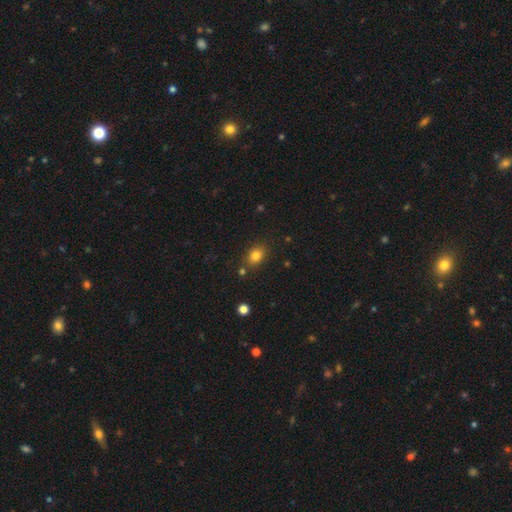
Smooth or featured: smooth — 92% (star or artifact — 5%)
How rounded: in between — 61% (round — 33%)
Merging: none — 81% (minor disturbance — 14%)